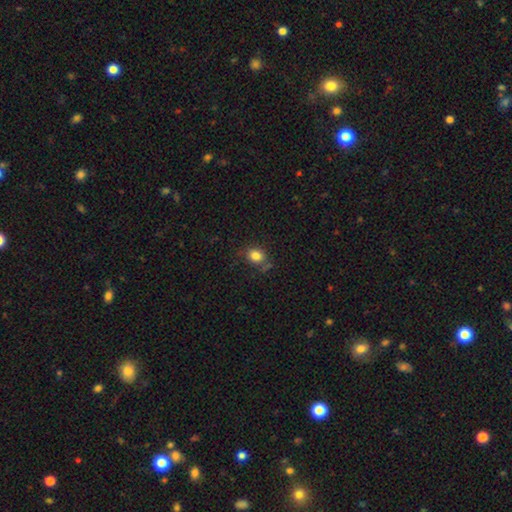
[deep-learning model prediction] Smooth or featured: smooth — 83% (star or artifact — 11%)
How rounded: round — 59% (in between — 40%)
Merging: none — 72% (minor disturbance — 18%)